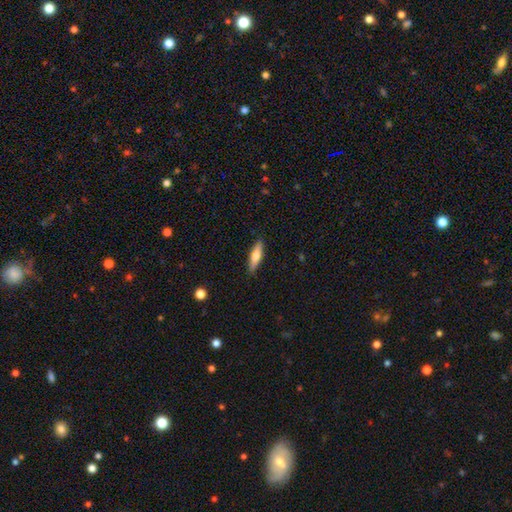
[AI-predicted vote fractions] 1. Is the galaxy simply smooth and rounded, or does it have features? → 60% smooth, 34% featured or disk, 6% star or artifact.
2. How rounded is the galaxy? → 69% cigar-shaped, 29% in between, 2% round.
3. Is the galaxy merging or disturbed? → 89% none, 8% minor disturbance, 2% major disturbance, 1% merger.